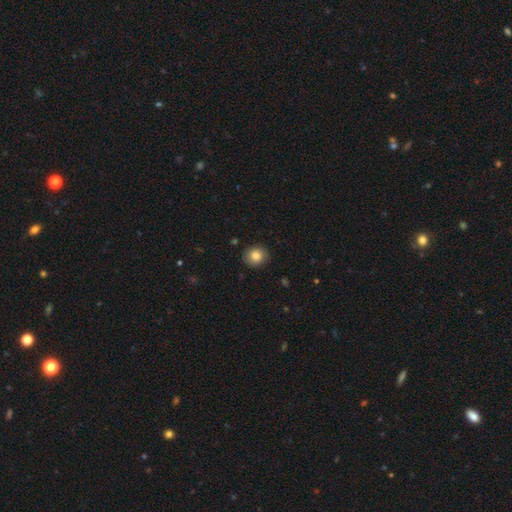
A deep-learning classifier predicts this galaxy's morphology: Smooth or featured? smooth (84%)
How rounded? round (84%)
Merging? none (89%)